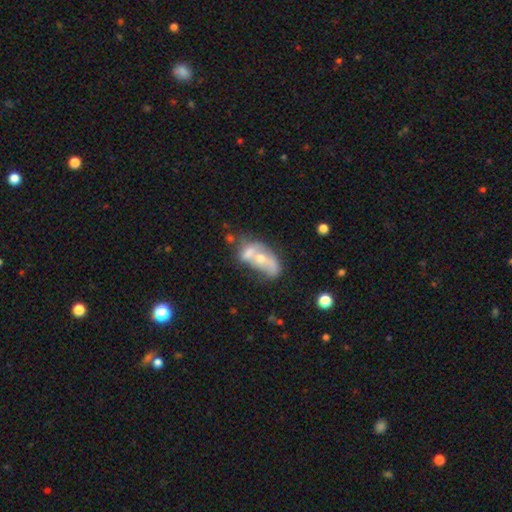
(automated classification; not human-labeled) A featured or disk galaxy (58%) with no bar (78%), no spiral arms (59%) and a moderate central bulge (59%). Merging: merger (55%).